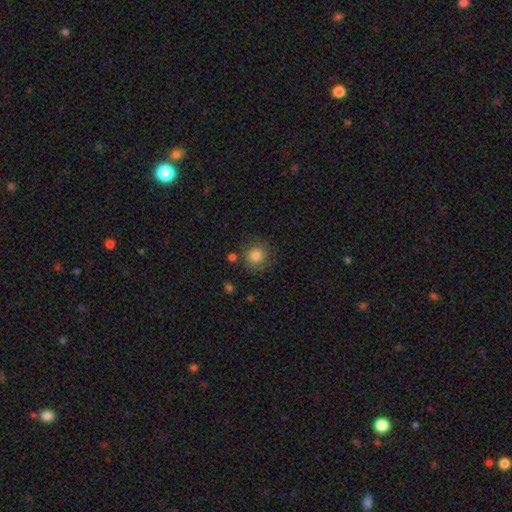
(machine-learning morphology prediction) Q: Smooth or featured?
A: smooth (84%); runner-up: star or artifact (11%)
Q: How rounded?
A: round (91%); runner-up: in between (8%)
Q: Merging?
A: none (82%); runner-up: minor disturbance (10%)